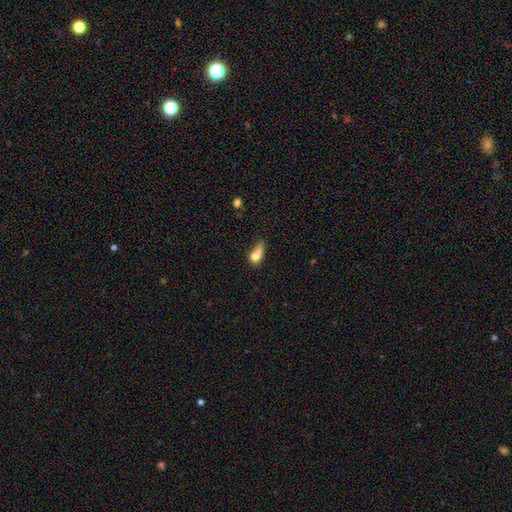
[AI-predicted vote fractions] Smooth or featured: smooth — 71% (featured or disk — 18%)
How rounded: in between — 57% (round — 31%)
Merging: merger — 31% (major disturbance — 25%)